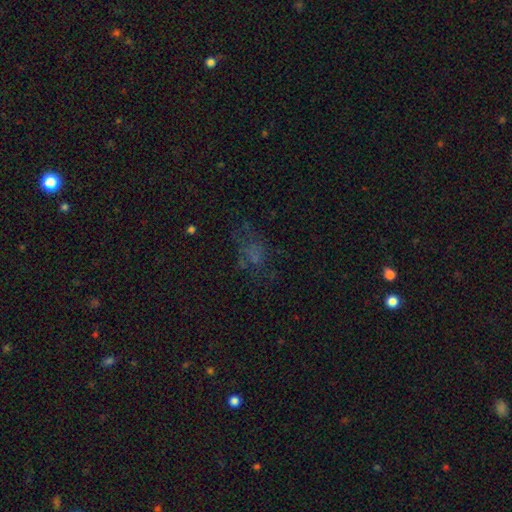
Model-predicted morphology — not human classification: This appears to be a smooth galaxy with no disk features (39%). Merging: none (49%).